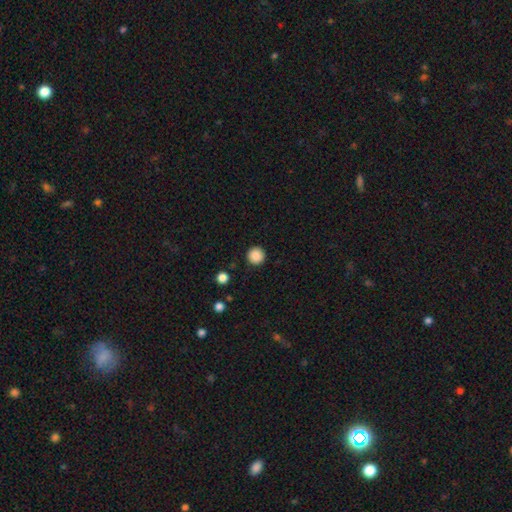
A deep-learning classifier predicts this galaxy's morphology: smooth 87%, star or artifact 10%, featured or disk 3%. Down the decision tree: how rounded — round (96%); merging — none (92%).